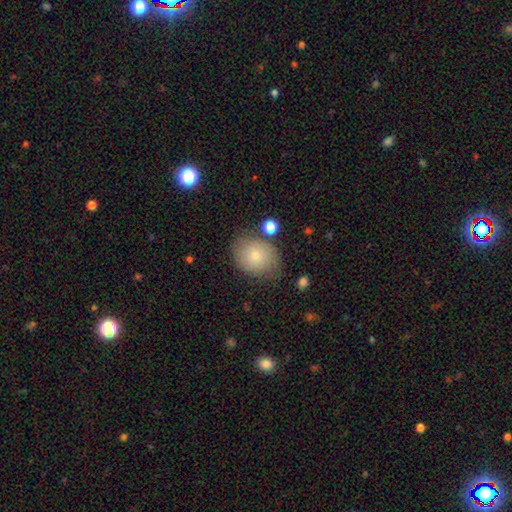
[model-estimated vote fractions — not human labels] This is likely a smooth galaxy (74%). How rounded: possibly in between (53%). Merging: likely none (69%).